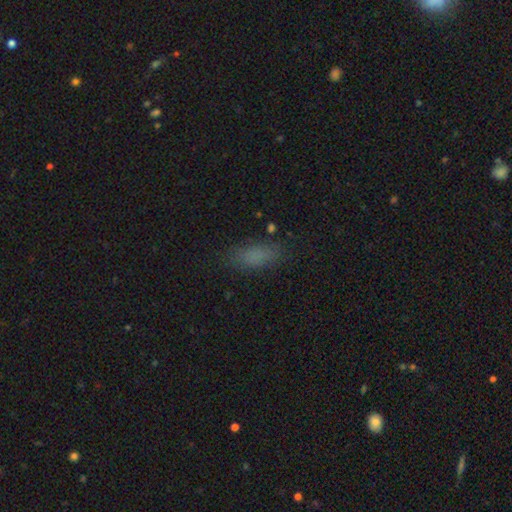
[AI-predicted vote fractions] The model was most divided on "how rounded": in between: 71%, cigar-shaped: 26%, round: 3%. More confident: merging — none (79%); smooth or featured — smooth (78%).